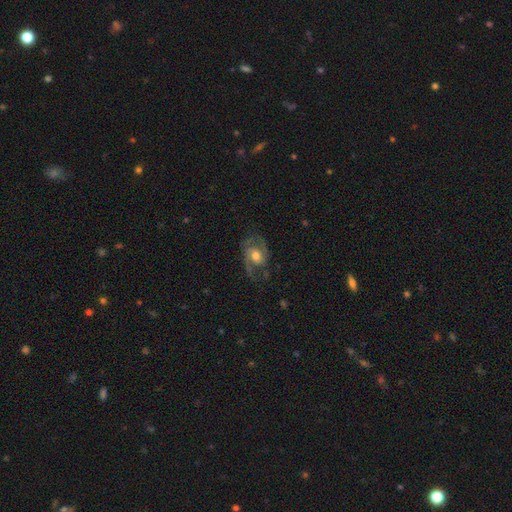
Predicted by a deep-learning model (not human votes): A featured or disk galaxy (81%) with no bar (61%), 2 (80%) medium (52%) spiral arms (93%) and a moderate central bulge (66%).

Vote fractions:
- Smooth or featured? featured or disk: 81% / smooth: 13% / star or artifact: 6%
- Edge-on disk? no: 97% / yes: 3%
- Bar? no: 61% / weak: 32% / strong: 7%
- Spiral arms? yes: 93% / no: 7%
- Spiral winding? medium: 52% / tight: 24% / loose: 24%
- Spiral arm count? 2: 80% / can't tell: 7% / 3: 5% / 1: 4% / 4: 2% / more than 4: 2%
- Bulge size? moderate: 66% / large: 19% / small: 12% / none: 2% / dominant: 1%
- Merging? none: 63% / minor disturbance: 20% / major disturbance: 15% / merger: 1%